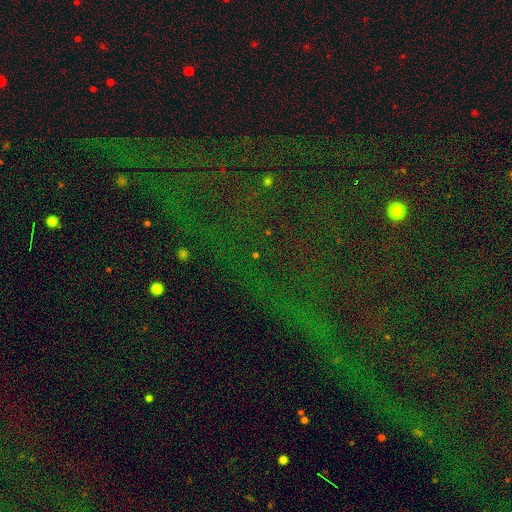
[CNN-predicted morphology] This appears to be a star or artifact, not a galaxy (76%).